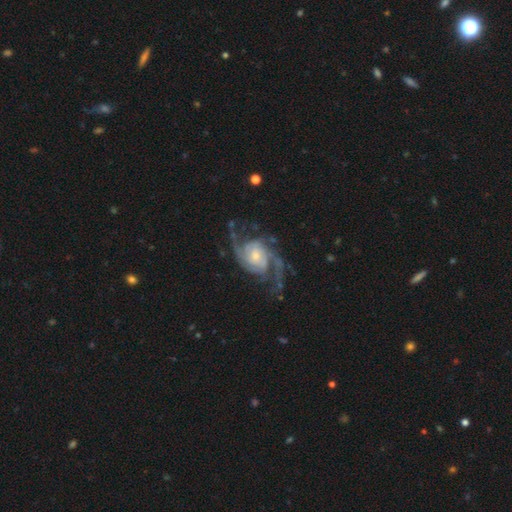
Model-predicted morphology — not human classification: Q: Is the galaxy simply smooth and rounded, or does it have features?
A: featured or disk — 91%.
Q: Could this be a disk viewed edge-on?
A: no — 97%.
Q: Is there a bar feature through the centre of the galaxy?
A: no — 60%.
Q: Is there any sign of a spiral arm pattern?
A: yes — 98%.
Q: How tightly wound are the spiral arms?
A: medium — 51%.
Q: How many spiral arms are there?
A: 2 — 73%.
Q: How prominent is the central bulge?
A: small — 52%.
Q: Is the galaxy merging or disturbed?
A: none — 69%.